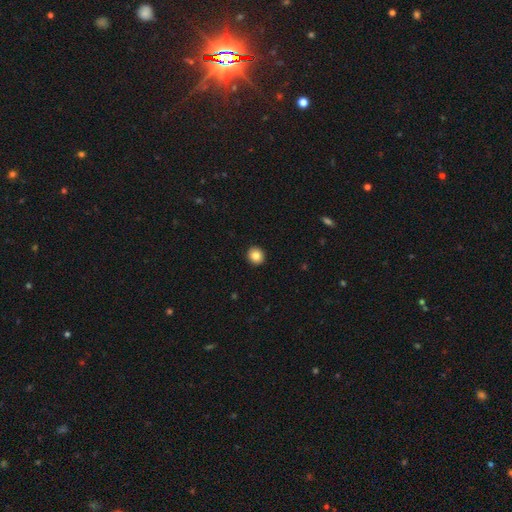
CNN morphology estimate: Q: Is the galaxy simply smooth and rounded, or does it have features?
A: smooth — 85%.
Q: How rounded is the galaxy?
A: round — 86%.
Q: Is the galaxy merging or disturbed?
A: none — 93%.